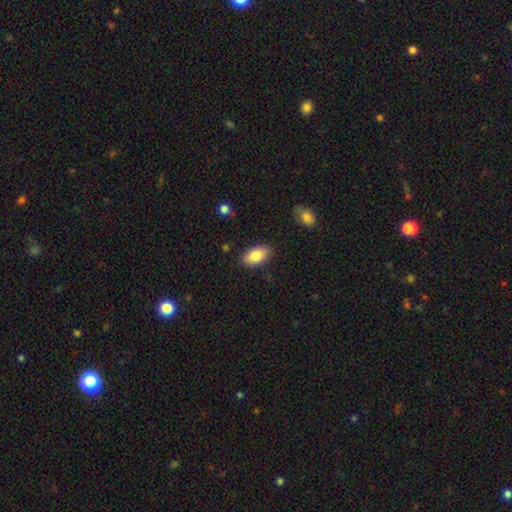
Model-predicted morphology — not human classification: A smooth galaxy with no disk features (85%) that is in between round and cigar-shaped (93%). Merging: none (84%).